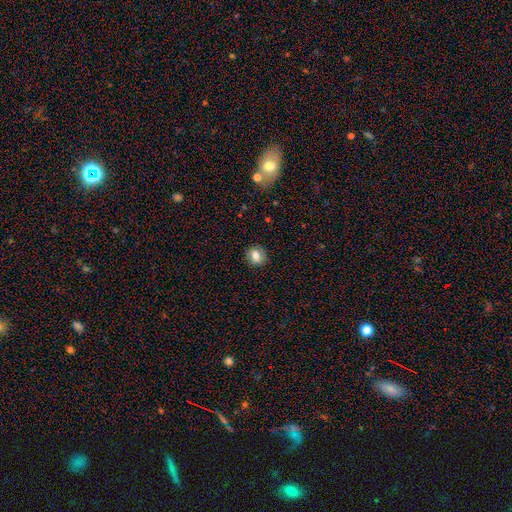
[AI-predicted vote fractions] smooth 75%, featured or disk 14%, star or artifact 11%. Down the decision tree: how rounded — round (75%); merging — none (87%).